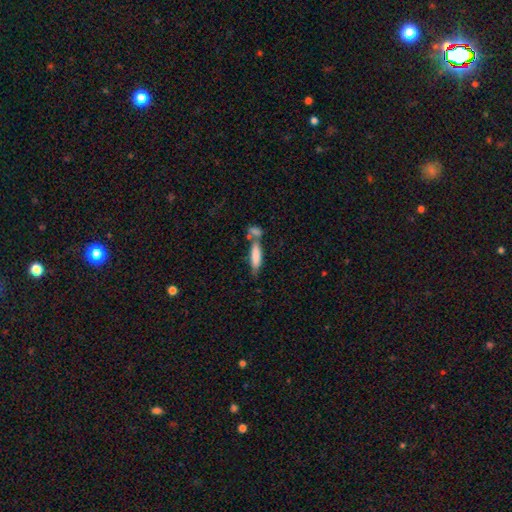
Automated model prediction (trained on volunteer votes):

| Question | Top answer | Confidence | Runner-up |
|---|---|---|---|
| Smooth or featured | smooth | 76% | featured or disk (18%) |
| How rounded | cigar-shaped | 67% | in between (32%) |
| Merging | none | 45% | merger (34%) |